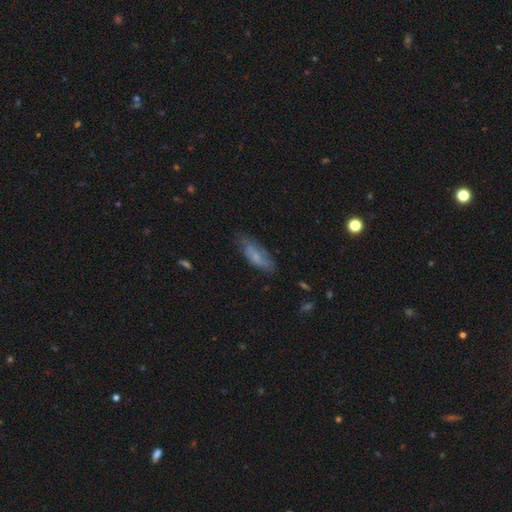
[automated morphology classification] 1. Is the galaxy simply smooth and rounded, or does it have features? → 56% smooth, 36% featured or disk, 8% star or artifact.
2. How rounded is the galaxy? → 65% in between, 32% cigar-shaped, 2% round.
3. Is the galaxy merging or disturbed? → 60% none, 27% minor disturbance, 10% major disturbance, 2% merger.